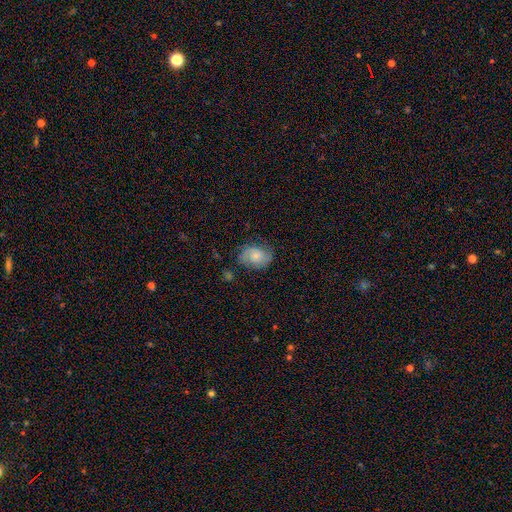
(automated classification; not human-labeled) A smooth galaxy with no disk features (48%).

Vote fractions:
- Smooth or featured? smooth: 48% / featured or disk: 44% / star or artifact: 9%
- Merging? none: 65% / minor disturbance: 24% / major disturbance: 9% / merger: 2%